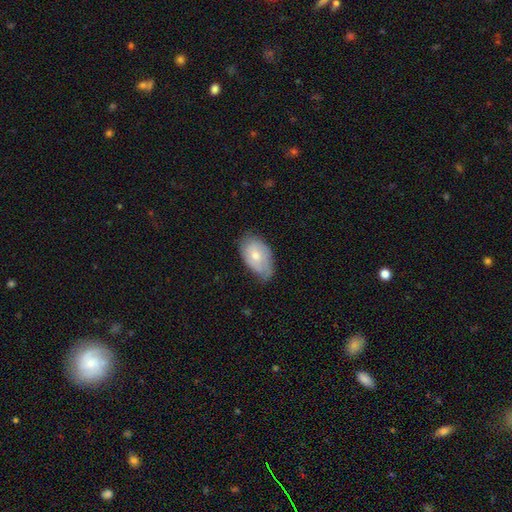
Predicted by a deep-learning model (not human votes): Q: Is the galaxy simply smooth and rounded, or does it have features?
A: smooth — 62%.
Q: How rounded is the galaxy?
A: in between — 92%.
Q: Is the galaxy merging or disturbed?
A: none — 53%.